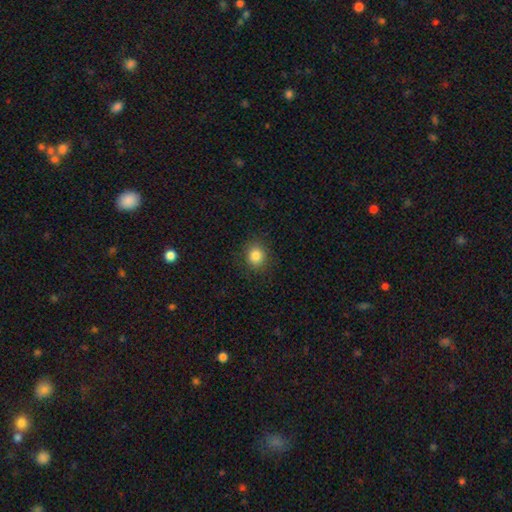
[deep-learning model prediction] Overall: smooth (84%). How rounded: round (79%). Merging: none (87%).